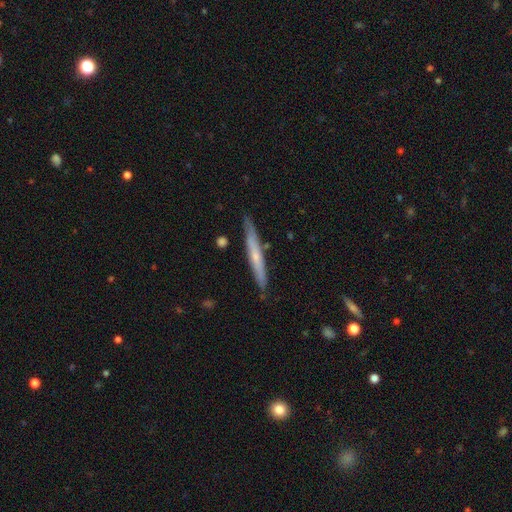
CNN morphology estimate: featured or disk 52%, smooth 42%, star or artifact 6%. Down the decision tree: edge-on disk — yes (92%); merging — none (85%).